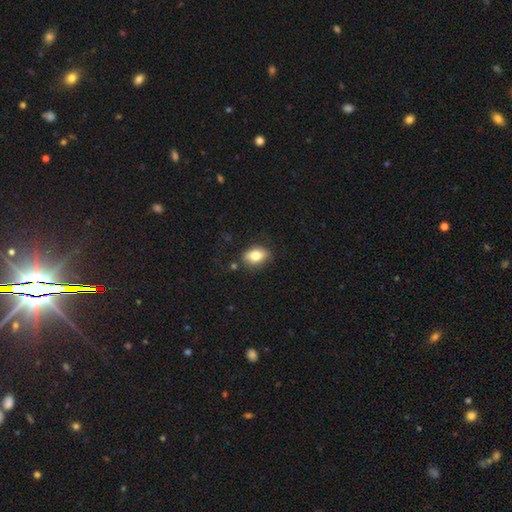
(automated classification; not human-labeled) Smooth or featured?
  - smooth: 79% *
  - featured or disk: 13%
  - star or artifact: 9%
How rounded?
  - in between: 76% *
  - round: 22%
  - cigar-shaped: 2%
Merging?
  - none: 77% *
  - minor disturbance: 16%
  - major disturbance: 4%
  - merger: 3%